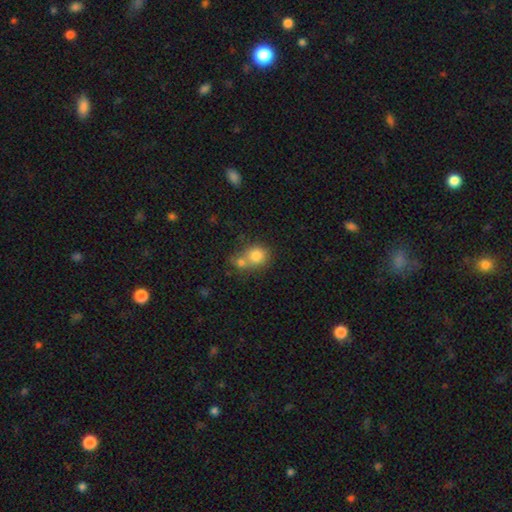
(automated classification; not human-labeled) The model was most divided on "merging": merger: 50%, none: 38%, minor disturbance: 9%, major disturbance: 3%. More confident: smooth or featured — smooth (79%); how rounded — round (79%).